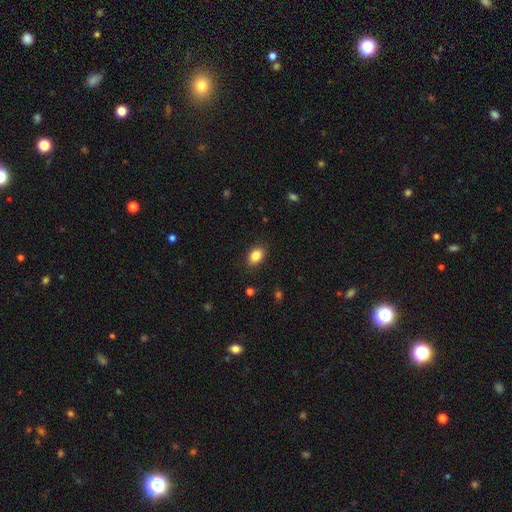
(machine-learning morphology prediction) Smooth or featured?
  - smooth: 86% *
  - star or artifact: 9%
  - featured or disk: 6%
How rounded?
  - in between: 80% *
  - round: 19%
  - cigar-shaped: 1%
Merging?
  - none: 86% *
  - minor disturbance: 10%
  - major disturbance: 3%
  - merger: 1%